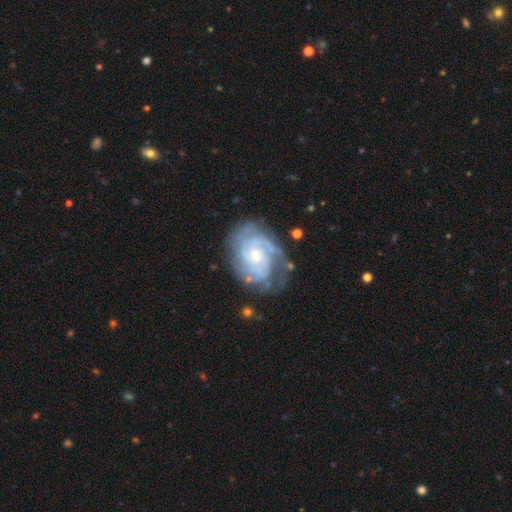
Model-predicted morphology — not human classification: This is clearly a featured or disk galaxy (89%). It is clearly not viewed edge-on (97%). Bar: likely no (70%). Spiral arm pattern: clearly yes (97%). Spiral arm count: marginally 3 (27%). Spiral winding: likely tight (69%). Central bulge: likely small (69%). Merging: likely none (68%).